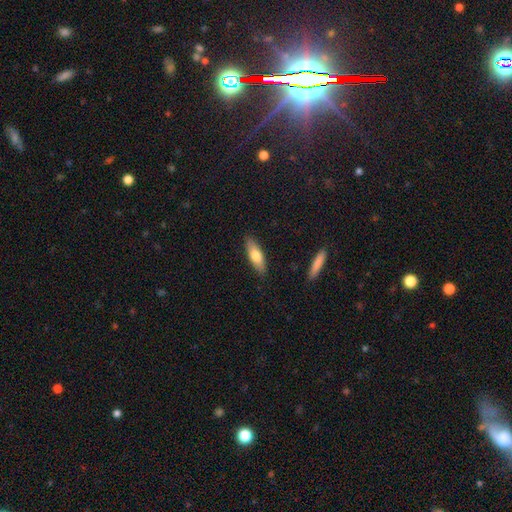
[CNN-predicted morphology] Smooth or featured? smooth (71%)
How rounded? in between (53%)
Merging? none (87%)